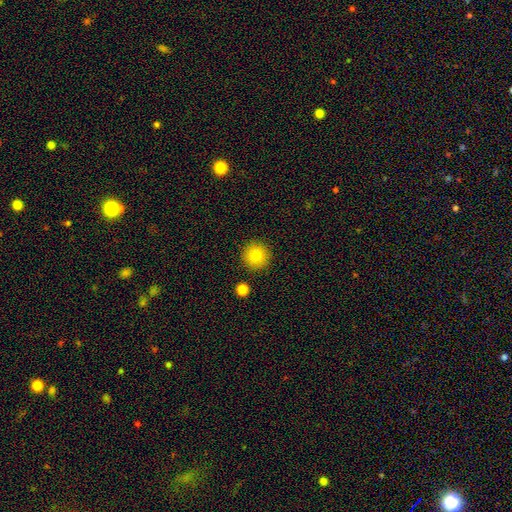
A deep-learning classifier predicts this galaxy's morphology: This is clearly a smooth galaxy (83%). How rounded: clearly round (95%). Merging: clearly none (91%).